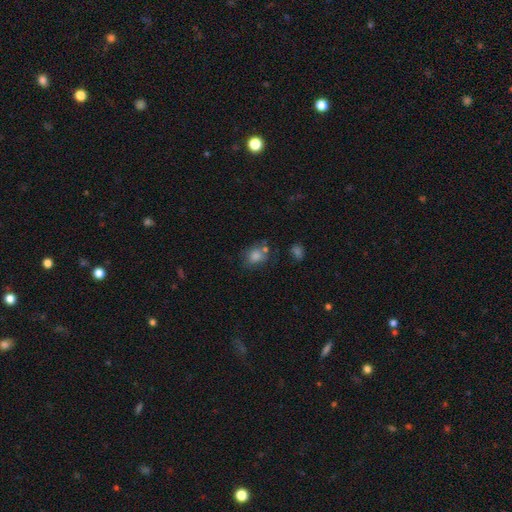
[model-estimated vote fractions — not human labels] smooth 79%, star or artifact 12%, featured or disk 9%. Down the decision tree: how rounded — round (50%); merging — none (60%).